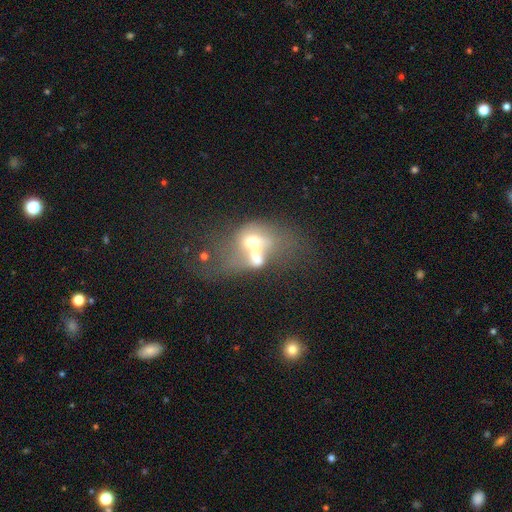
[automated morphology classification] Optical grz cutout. It shows a featured or disk galaxy (48%). Merging: merger (60%).